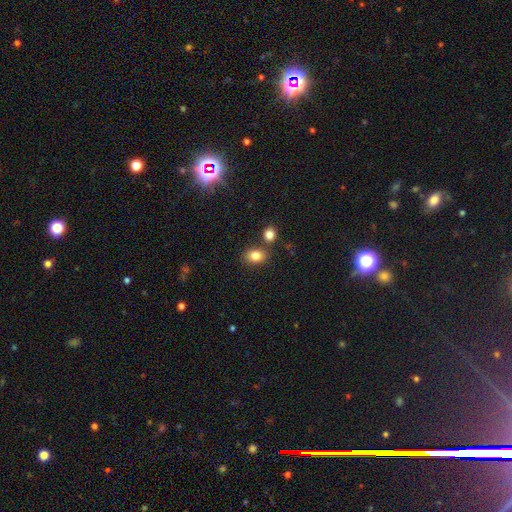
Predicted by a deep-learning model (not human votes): Smooth or featured?
  - smooth: 82% *
  - star or artifact: 10%
  - featured or disk: 7%
How rounded?
  - in between: 65% *
  - round: 34%
  - cigar-shaped: 1%
Merging?
  - none: 73% *
  - merger: 14%
  - minor disturbance: 10%
  - major disturbance: 3%